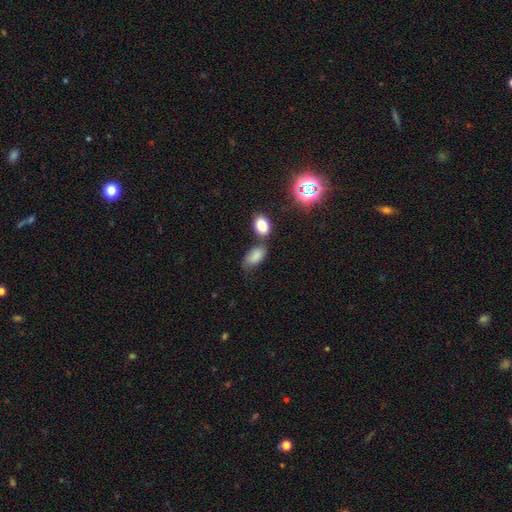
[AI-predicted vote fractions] A smooth galaxy with no disk features (82%) that is in between round and cigar-shaped (91%).

Vote fractions:
- Smooth or featured? smooth: 82% / star or artifact: 10% / featured or disk: 8%
- How rounded? in between: 91% / round: 6% / cigar-shaped: 3%
- Merging? none: 45% / minor disturbance: 24% / merger: 22% / major disturbance: 9%